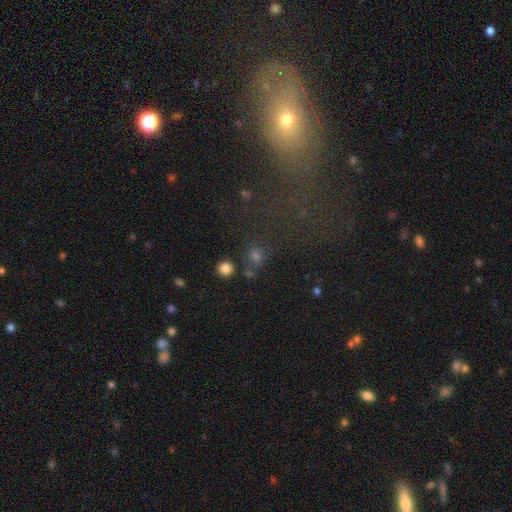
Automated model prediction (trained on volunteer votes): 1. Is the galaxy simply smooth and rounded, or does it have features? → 61% smooth, 30% star or artifact, 9% featured or disk.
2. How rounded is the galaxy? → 81% round, 17% in between, 2% cigar-shaped.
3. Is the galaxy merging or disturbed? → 72% none, 13% merger, 10% minor disturbance, 6% major disturbance.